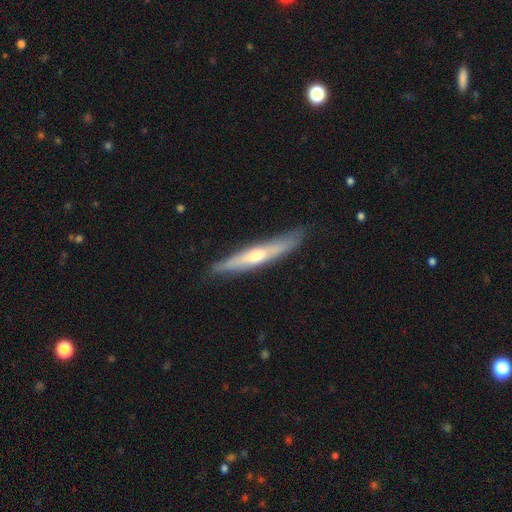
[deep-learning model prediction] The model was most divided on "smooth or featured": featured or disk: 59%, smooth: 36%, star or artifact: 6%. More confident: edge-on disk — yes (92%); merging — none (84%); edge-on bulge — rounded (80%).